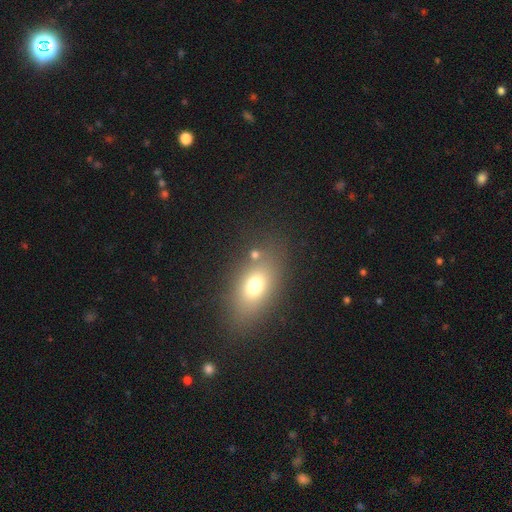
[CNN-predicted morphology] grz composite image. It shows a smooth galaxy with no disk features (69%) that is in between round and cigar-shaped (77%). Merging: none (77%).